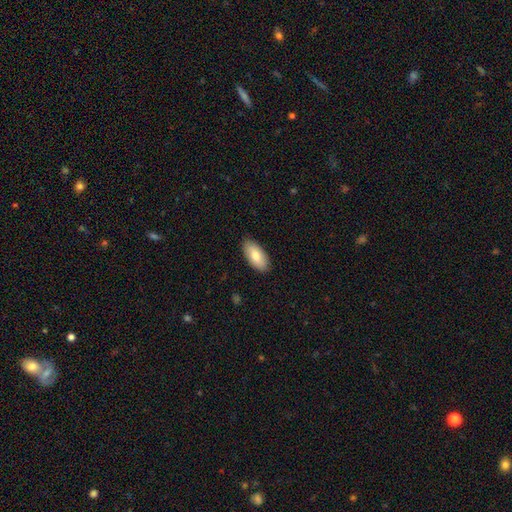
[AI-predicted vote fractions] Overall: smooth (77%). How rounded: in between (92%). Merging: none (88%).